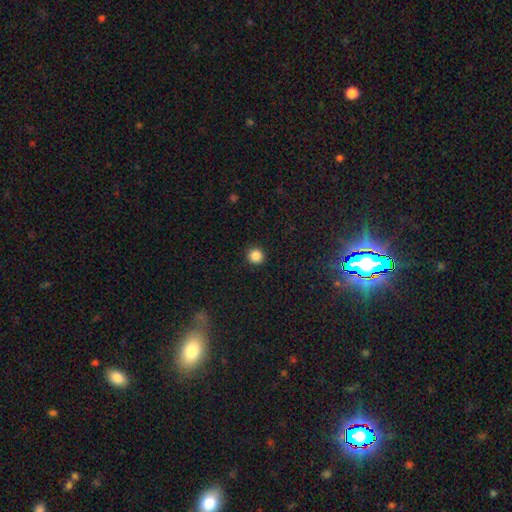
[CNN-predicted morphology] smooth_or_featured: smooth (p=0.86) [alt: star or artifact p=0.11]
how_rounded: round (p=0.93) [alt: in between p=0.06]
merging: none (p=0.92) [alt: minor disturbance p=0.05]